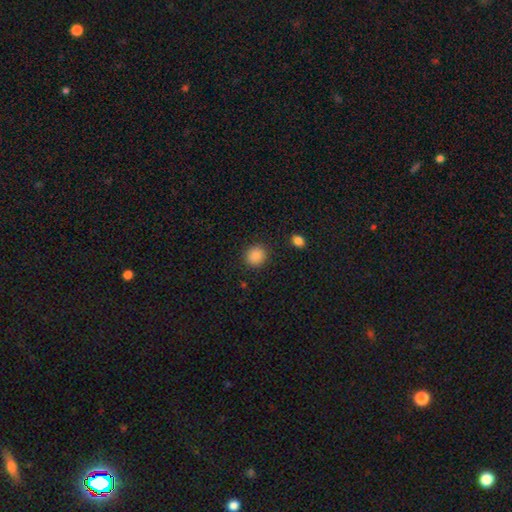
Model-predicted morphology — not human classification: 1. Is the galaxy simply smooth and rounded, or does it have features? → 88% smooth, 9% star or artifact, 3% featured or disk.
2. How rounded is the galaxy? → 83% round, 16% in between, 1% cigar-shaped.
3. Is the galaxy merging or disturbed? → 89% none, 7% minor disturbance, 3% major disturbance, 1% merger.